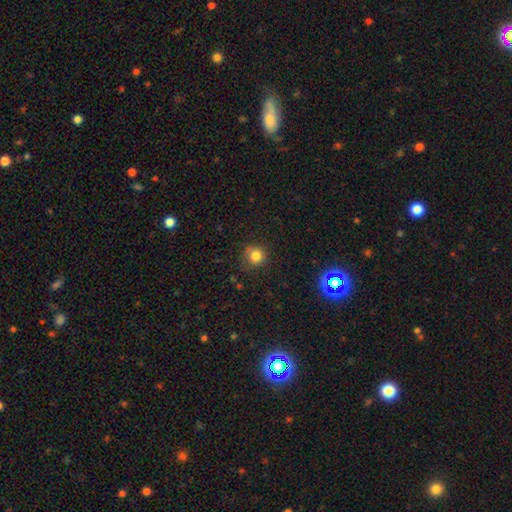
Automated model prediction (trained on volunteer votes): Smooth or featured? Predicted: smooth (p=0.81). How rounded? Predicted: round (p=0.92). Merging? Predicted: none (p=0.79).